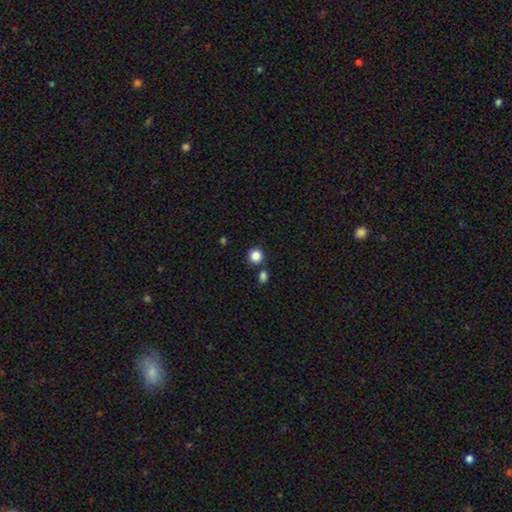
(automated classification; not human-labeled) smooth 86%, star or artifact 10%, featured or disk 4%. Down the decision tree: how rounded — round (91%); merging — none (77%).